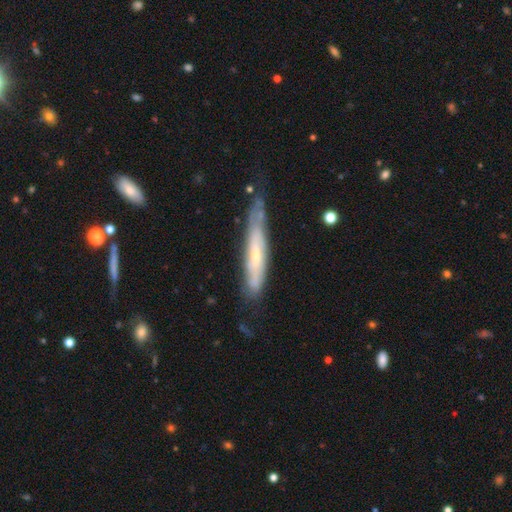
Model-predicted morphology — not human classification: featured or disk 60%, smooth 34%, star or artifact 6%. Down the decision tree: edge-on disk — yes (64%); merging — none (60%).